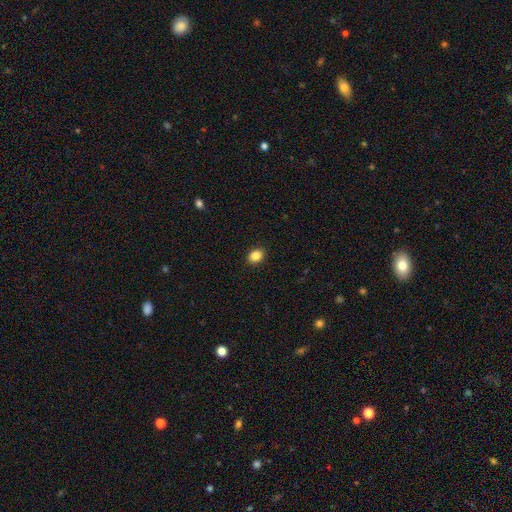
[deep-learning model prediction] Smooth or featured: smooth — 86% (star or artifact — 10%)
How rounded: in between — 53% (round — 46%)
Merging: none — 91% (minor disturbance — 7%)